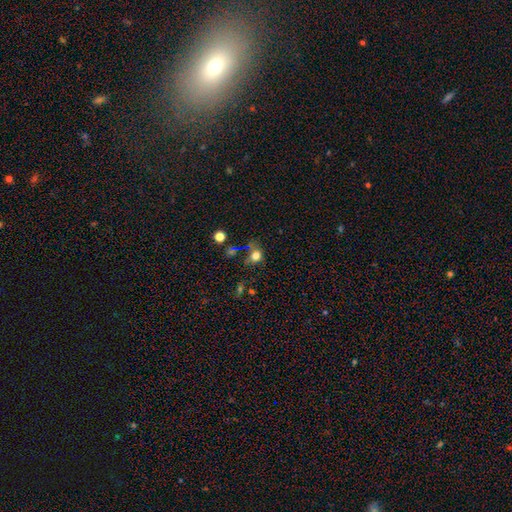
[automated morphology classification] A smooth galaxy with no disk features (72%) that is round (71%). Merging: none (49%).